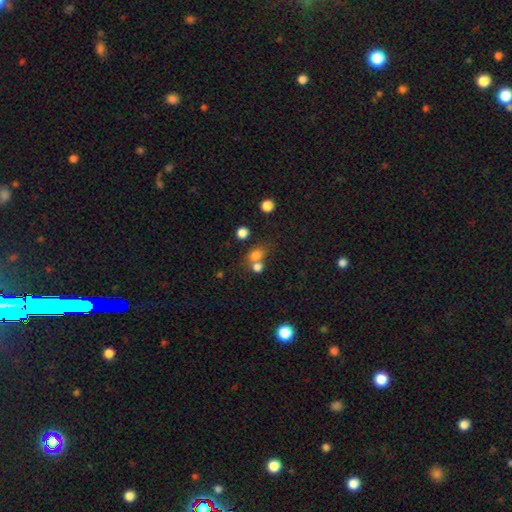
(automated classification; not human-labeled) A smooth galaxy with no disk features (75%) that is round (63%). Merging: none (44%).